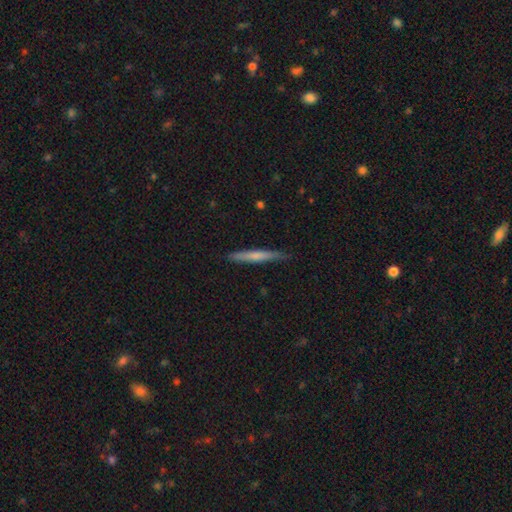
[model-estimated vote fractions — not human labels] smooth 59%, featured or disk 36%, star or artifact 6%. Down the decision tree: how rounded — cigar-shaped (96%); merging — none (86%).